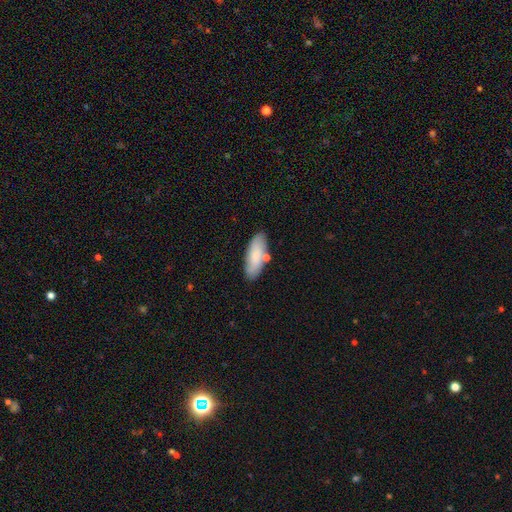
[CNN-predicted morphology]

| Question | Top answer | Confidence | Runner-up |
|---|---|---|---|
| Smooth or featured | smooth | 76% | featured or disk (18%) |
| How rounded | in between | 73% | cigar-shaped (25%) |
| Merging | none | 72% | minor disturbance (15%) |